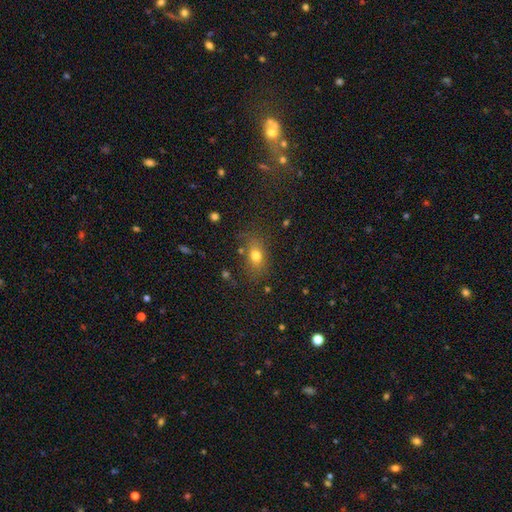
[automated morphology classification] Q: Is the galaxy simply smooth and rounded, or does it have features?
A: smooth — 74%.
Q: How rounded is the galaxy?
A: in between — 70%.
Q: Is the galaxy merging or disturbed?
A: none — 74%.